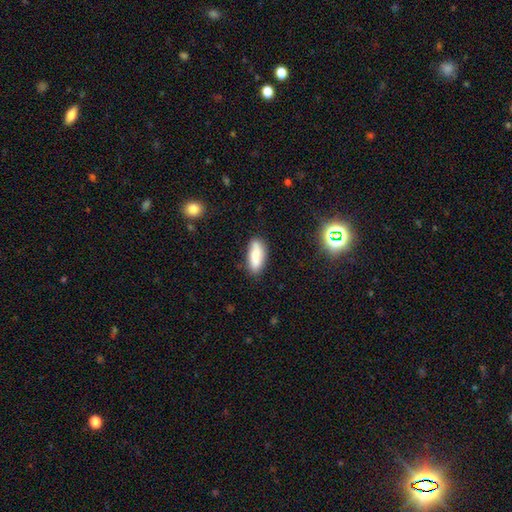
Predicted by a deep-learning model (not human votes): Smooth or featured? smooth (76%)
How rounded? in between (70%)
Merging? none (79%)